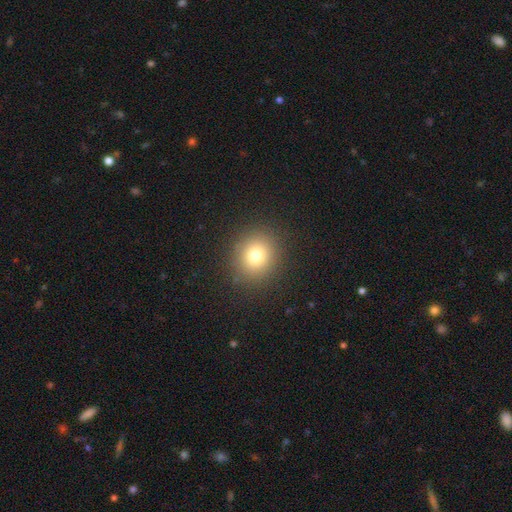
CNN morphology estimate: A smooth galaxy with no disk features (78%) that is round (82%). Merging: none (89%).